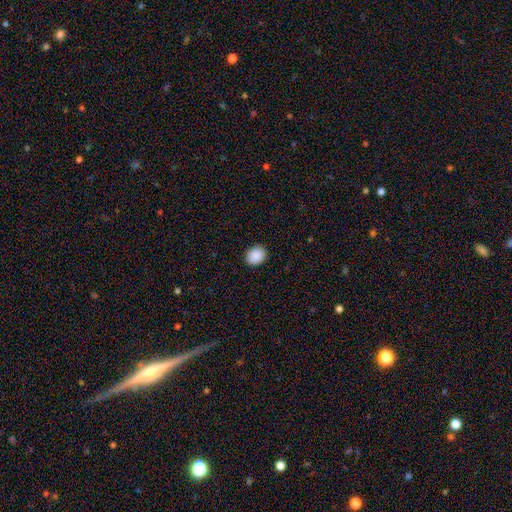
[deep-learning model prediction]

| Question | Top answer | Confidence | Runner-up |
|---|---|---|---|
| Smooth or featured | smooth | 90% | star or artifact (7%) |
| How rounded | round | 53% | in between (47%) |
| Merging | none | 89% | minor disturbance (8%) |